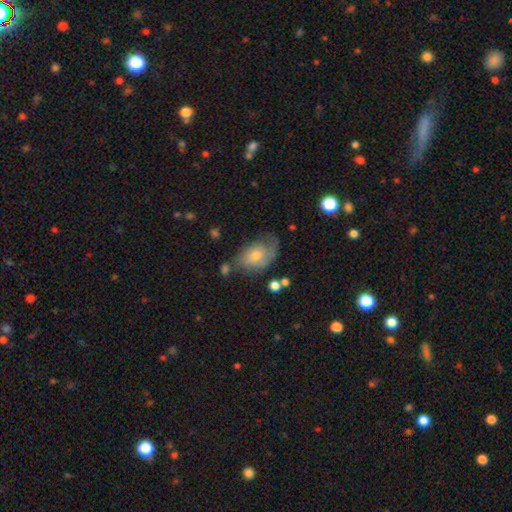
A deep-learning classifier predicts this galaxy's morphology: Q: Smooth or featured?
A: featured or disk (54%); runner-up: smooth (37%)
Q: Edge-on disk?
A: no (95%); runner-up: yes (5%)
Q: Bar?
A: no (74%); runner-up: weak (23%)
Q: Spiral arms?
A: yes (80%); runner-up: no (20%)
Q: Bulge size?
A: moderate (48%); runner-up: small (44%)
Q: Merging?
A: none (47%); runner-up: minor disturbance (29%)